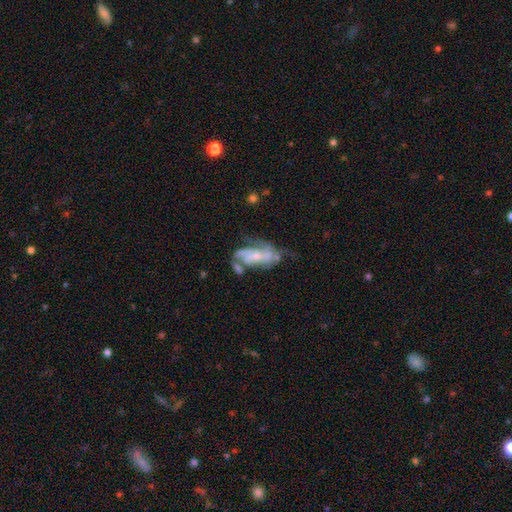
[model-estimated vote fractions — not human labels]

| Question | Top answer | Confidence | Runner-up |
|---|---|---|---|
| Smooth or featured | featured or disk | 71% | smooth (21%) |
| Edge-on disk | no | 93% | yes (7%) |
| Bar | no | 63% | weak (26%) |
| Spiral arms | yes | 72% | no (28%) |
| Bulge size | small | 54% | moderate (33%) |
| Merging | none | 32% | major disturbance (27%) |